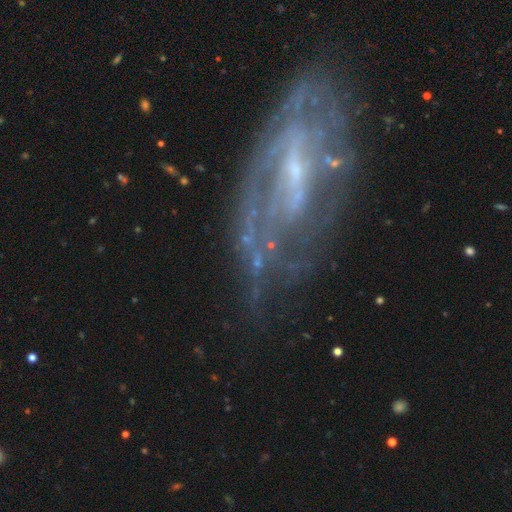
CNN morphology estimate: Smooth or featured: featured or disk — 81% (star or artifact — 10%)
Edge-on disk: no — 92% (yes — 8%)
Bar: weak — 40% (strong — 31%)
Spiral arms: yes — 78% (no — 22%)
Spiral winding: medium — 38% (tight — 36%)
Spiral arm count: 2 — 40% (can't tell — 34%)
Bulge size: small — 71% (moderate — 15%)
Merging: none — 50% (major disturbance — 25%)